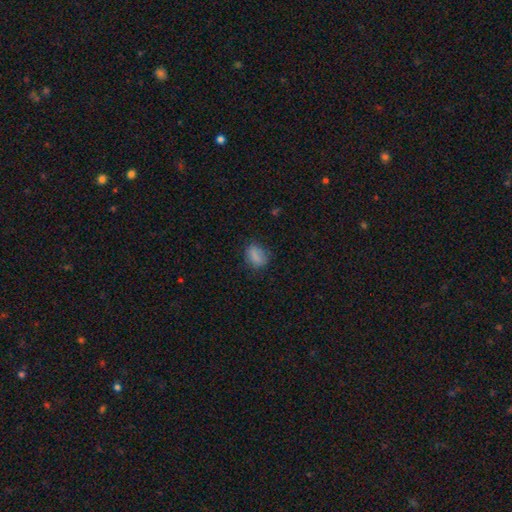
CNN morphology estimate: Smooth or featured? Predicted: smooth (p=0.81). How rounded? Predicted: in between (p=0.70). Merging? Predicted: none (p=0.73).